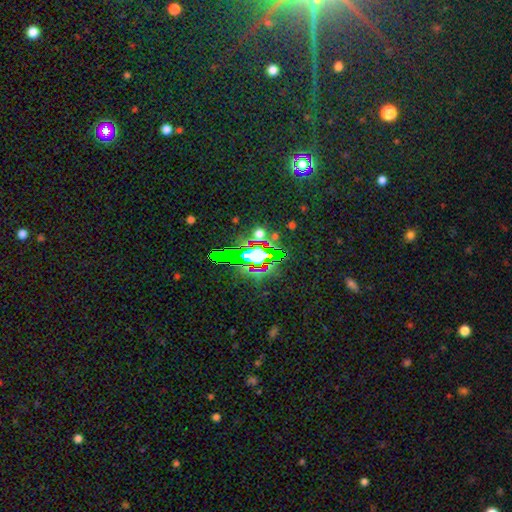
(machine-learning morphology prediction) Smooth or featured?
  - star or artifact: 65% *
  - smooth: 23%
  - featured or disk: 12%